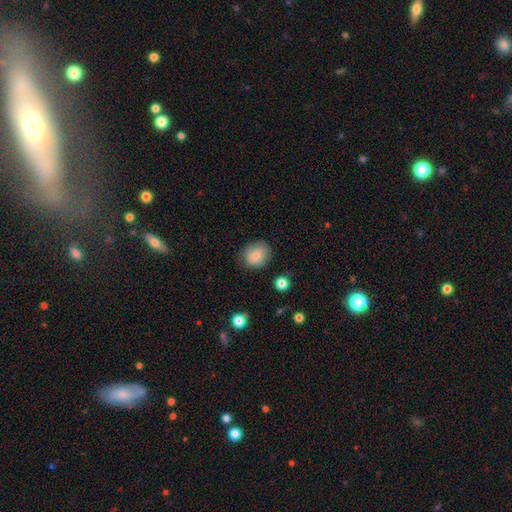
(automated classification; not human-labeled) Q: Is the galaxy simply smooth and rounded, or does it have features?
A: smooth — 74%.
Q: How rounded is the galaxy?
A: round — 75%.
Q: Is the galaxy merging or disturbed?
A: none — 73%.